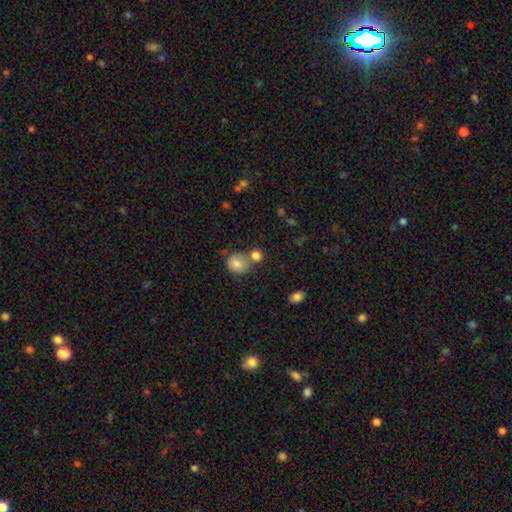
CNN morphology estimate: smooth_or_featured: smooth (p=0.81) [alt: star or artifact p=0.11]
how_rounded: round (p=0.82) [alt: in between p=0.16]
merging: none (p=0.52) [alt: merger p=0.35]